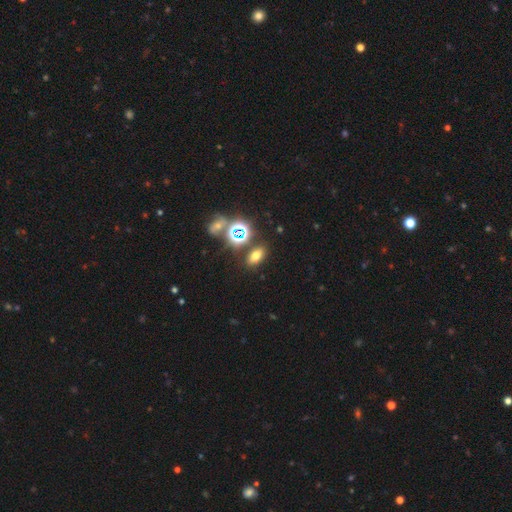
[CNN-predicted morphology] smooth_or_featured: smooth (p=0.61) [alt: star or artifact p=0.29]
how_rounded: in between (p=0.79) [alt: round p=0.17]
merging: none (p=0.80) [alt: minor disturbance p=0.09]